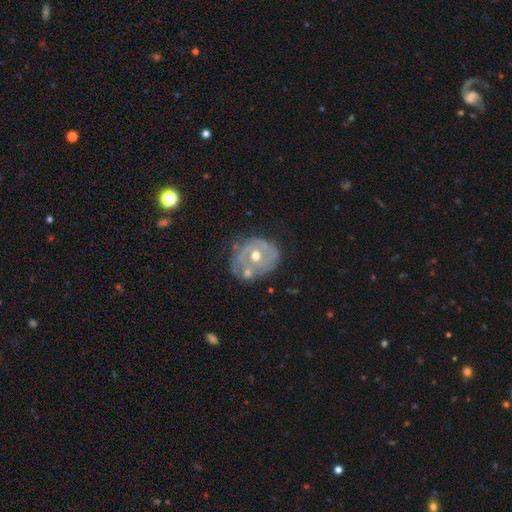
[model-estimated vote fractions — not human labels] This appears to be a featured or disk galaxy (72%) with no bar (78%), spiral arms (57%) and a moderate central bulge (78%). Merging: none (53%).